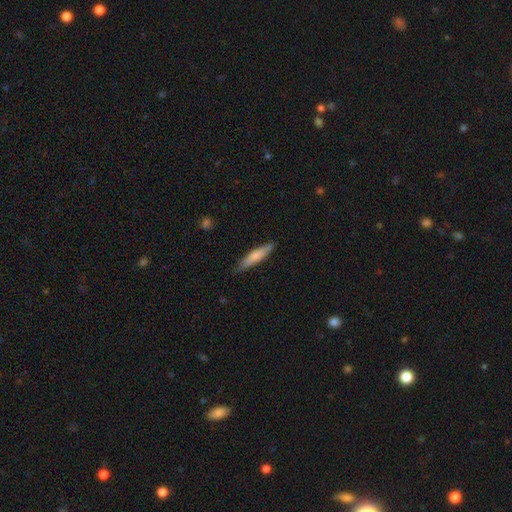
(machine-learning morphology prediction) Smooth or featured?
  - smooth: 70% *
  - featured or disk: 24%
  - star or artifact: 5%
How rounded?
  - cigar-shaped: 82% *
  - in between: 17%
  - round: 1%
Merging?
  - none: 81% *
  - minor disturbance: 15%
  - major disturbance: 2%
  - merger: 1%